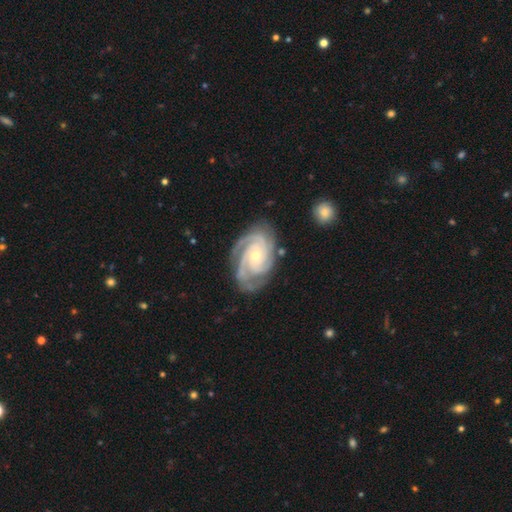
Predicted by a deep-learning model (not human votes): featured or disk 93%, star or artifact 4%, smooth 3%. Down the decision tree: edge-on disk — no (98%); bar — no (69%); spiral arms — yes (99%); spiral arm count — 3 (48%); spiral winding — tight (73%); bulge size — small (61%); merging — none (77%).